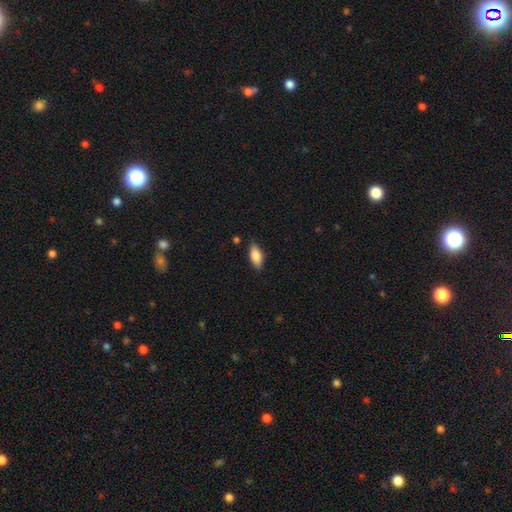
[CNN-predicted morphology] This appears to be a smooth galaxy with no disk features (79%) that is in between round and cigar-shaped (84%). Merging: none (84%).